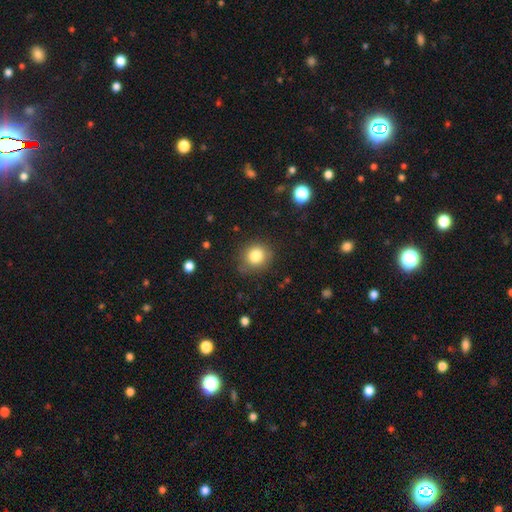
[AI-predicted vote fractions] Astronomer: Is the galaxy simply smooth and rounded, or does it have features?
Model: smooth — 83%.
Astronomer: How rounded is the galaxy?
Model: round — 84%.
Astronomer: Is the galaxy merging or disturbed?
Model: none — 80%.